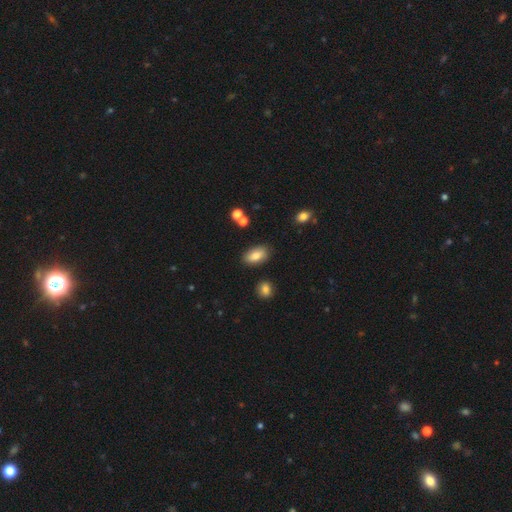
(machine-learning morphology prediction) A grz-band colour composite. It shows a smooth galaxy with no disk features (80%) that is in between round and cigar-shaped (91%). Merging: none (83%).